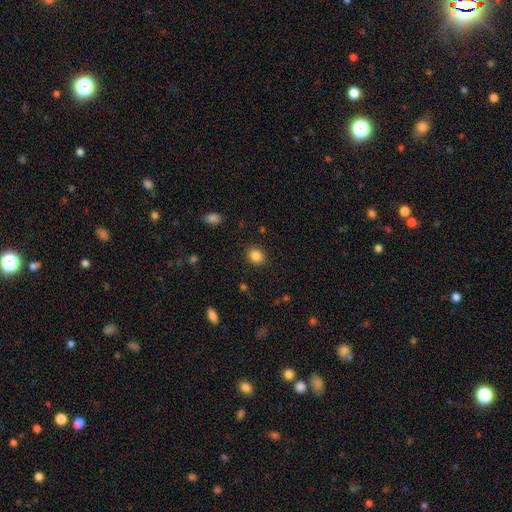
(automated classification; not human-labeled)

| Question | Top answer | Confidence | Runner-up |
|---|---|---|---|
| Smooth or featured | smooth | 85% | star or artifact (10%) |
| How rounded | round | 59% | in between (40%) |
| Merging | none | 87% | minor disturbance (9%) |